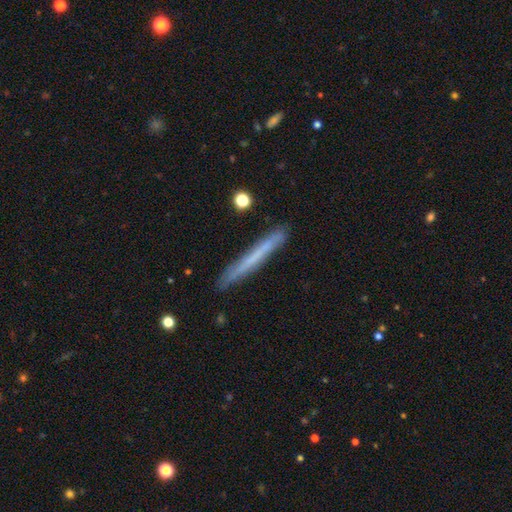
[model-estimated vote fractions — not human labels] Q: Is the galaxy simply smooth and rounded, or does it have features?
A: smooth — 54%.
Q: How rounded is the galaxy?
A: cigar-shaped — 97%.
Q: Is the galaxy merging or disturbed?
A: none — 87%.